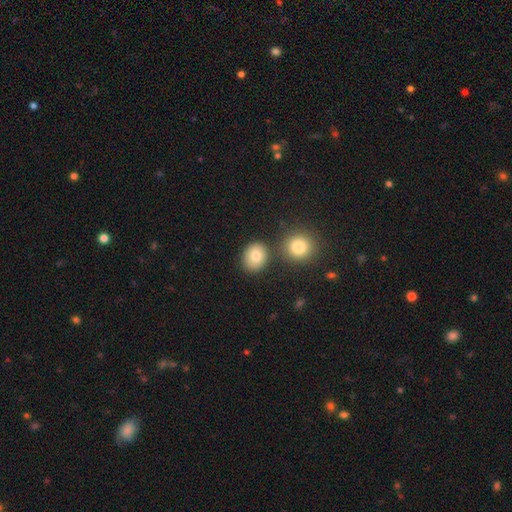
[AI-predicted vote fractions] Smooth or featured? smooth (82%)
How rounded? round (69%)
Merging? none (77%)